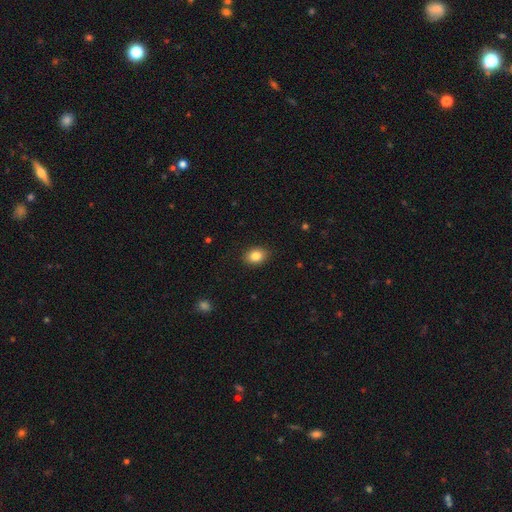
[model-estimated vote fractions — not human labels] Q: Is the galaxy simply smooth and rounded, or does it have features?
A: smooth — 84%.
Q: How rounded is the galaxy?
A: in between — 71%.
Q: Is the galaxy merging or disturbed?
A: none — 89%.